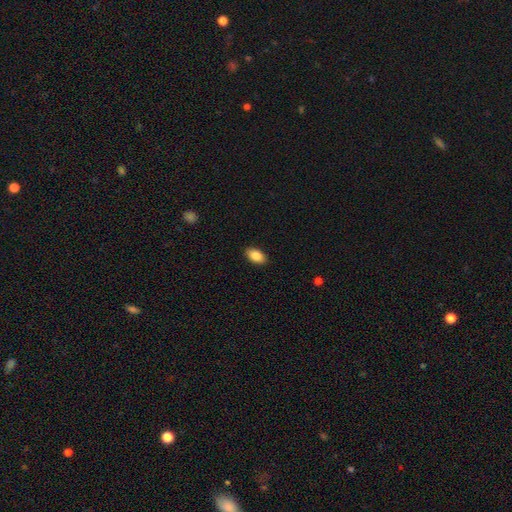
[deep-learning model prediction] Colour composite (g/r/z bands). It shows a smooth galaxy with no disk features (87%) that is in between round and cigar-shaped (93%). Merging: none (89%).